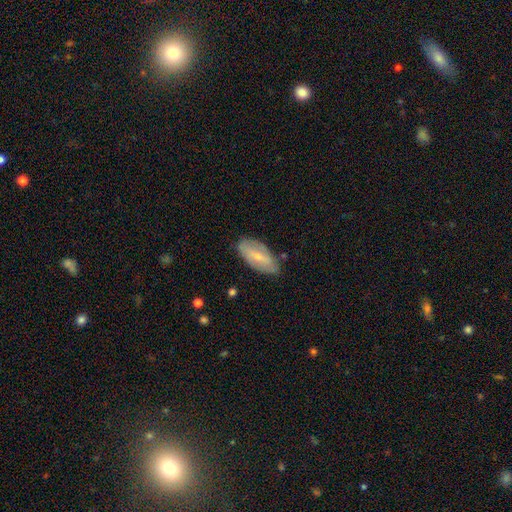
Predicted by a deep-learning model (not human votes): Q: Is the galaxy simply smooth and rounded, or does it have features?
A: featured or disk — 50%.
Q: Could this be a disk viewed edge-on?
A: no — 85%.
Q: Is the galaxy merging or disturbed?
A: none — 75%.